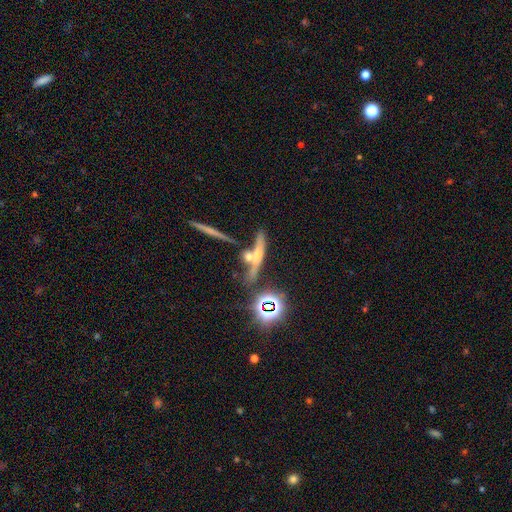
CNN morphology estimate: Q: Smooth or featured?
A: smooth (42%); runner-up: featured or disk (39%)
Q: Merging?
A: none (52%); runner-up: merger (30%)